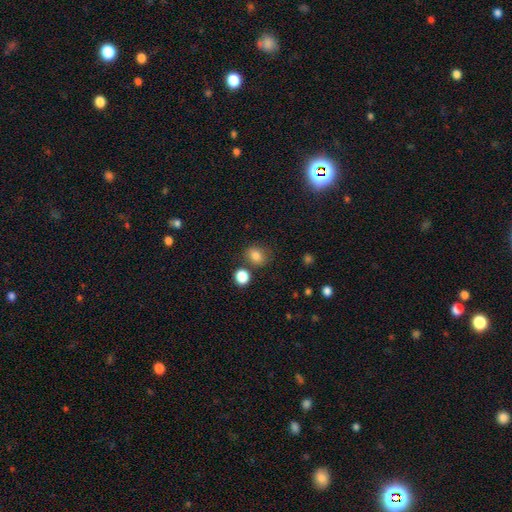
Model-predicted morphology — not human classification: The model was most divided on "how rounded": round: 61%, in between: 38%, cigar-shaped: 1%. More confident: smooth or featured — smooth (82%); merging — none (73%).